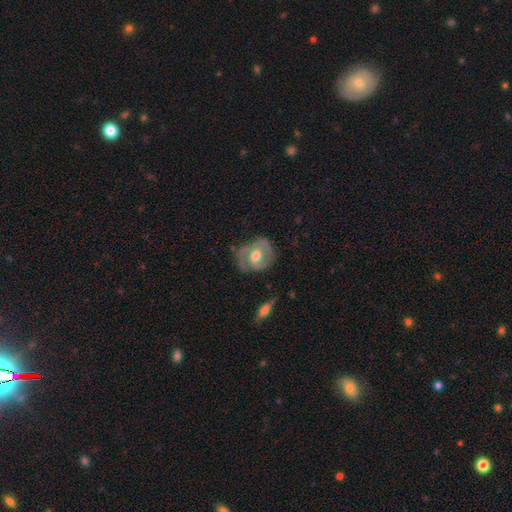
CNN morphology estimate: Overall: featured or disk (69%). Edge-on disk: no (96%). Bar: no (54%; weak 36%). Spiral arms: yes (76%). Spiral arm count: 2 (66%). Spiral winding: medium (42%; tight 41%). Bulge size: moderate (71%). Merging: none (61%; minor disturbance 25%).